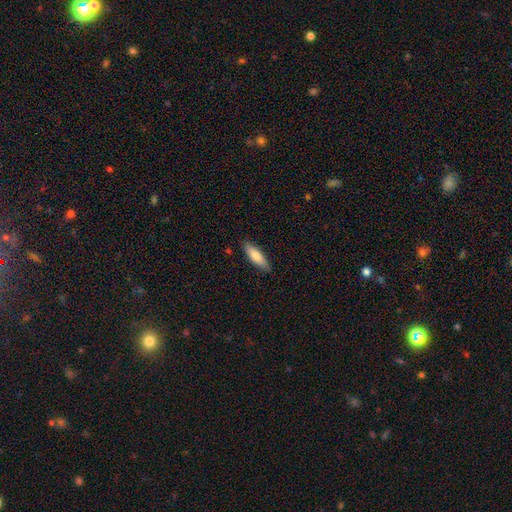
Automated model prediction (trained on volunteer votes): A smooth galaxy with no disk features (78%) that is cigar-shaped (55%).

Vote fractions:
- Smooth or featured? smooth: 78% / featured or disk: 17% / star or artifact: 6%
- How rounded? cigar-shaped: 55% / in between: 44% / round: 2%
- Merging? none: 86% / minor disturbance: 10% / major disturbance: 2% / merger: 1%